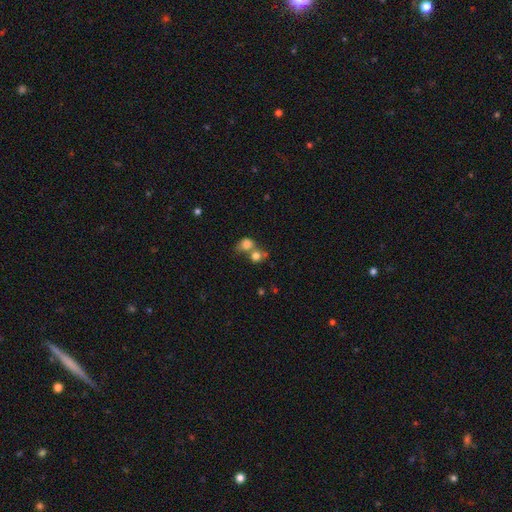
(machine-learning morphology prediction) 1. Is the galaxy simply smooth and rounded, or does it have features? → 76% smooth, 12% featured or disk, 12% star or artifact.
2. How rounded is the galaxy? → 75% round, 24% in between, 1% cigar-shaped.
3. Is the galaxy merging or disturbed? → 58% merger, 30% none, 7% minor disturbance, 5% major disturbance.